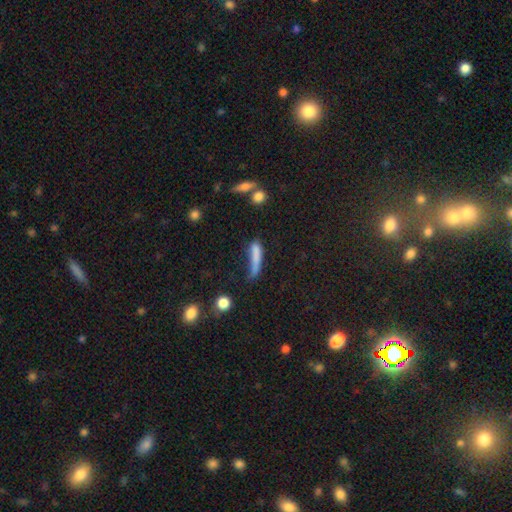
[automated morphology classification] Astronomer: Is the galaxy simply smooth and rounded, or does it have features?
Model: smooth — 73%.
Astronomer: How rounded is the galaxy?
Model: cigar-shaped — 80%.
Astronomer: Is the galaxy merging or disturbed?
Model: none — 35% (runner-up: minor disturbance, 29%).